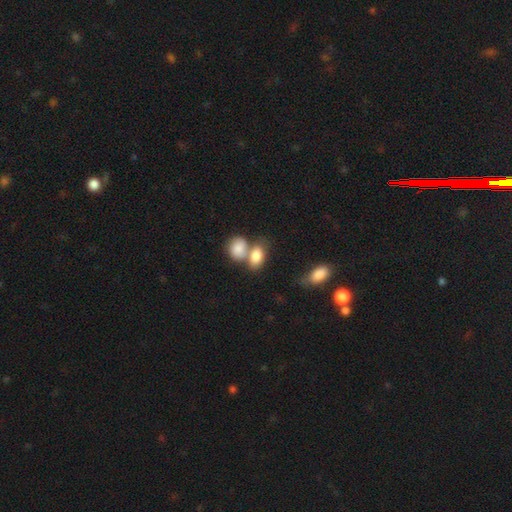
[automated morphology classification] Smooth or featured? Predicted: smooth (p=0.83). How rounded? Predicted: in between (p=0.85). Merging? Predicted: merger (p=0.59).